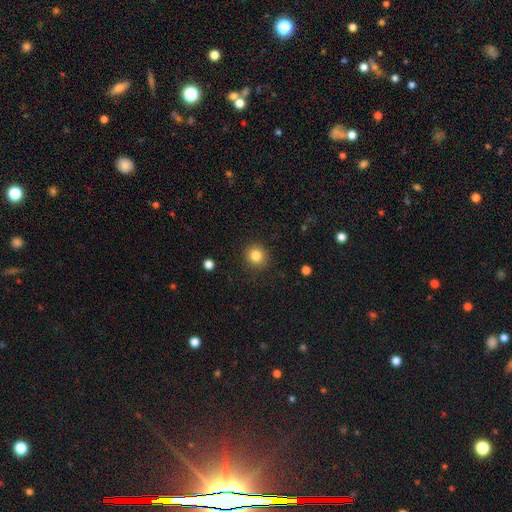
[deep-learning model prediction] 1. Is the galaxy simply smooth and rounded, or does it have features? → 83% smooth, 11% star or artifact, 6% featured or disk.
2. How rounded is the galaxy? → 90% round, 9% in between, 1% cigar-shaped.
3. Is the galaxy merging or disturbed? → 90% none, 7% minor disturbance, 2% major disturbance, 1% merger.